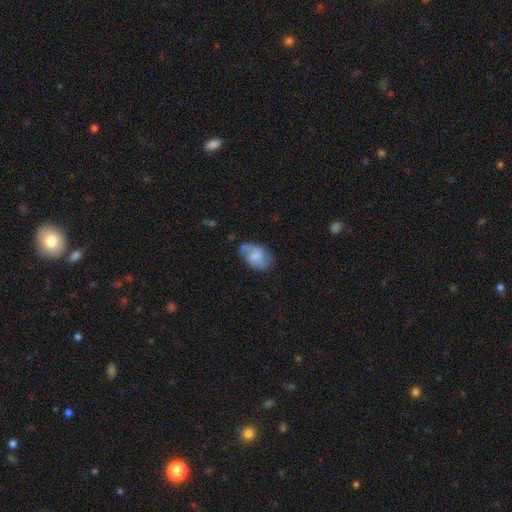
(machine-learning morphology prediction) The model was most divided on "smooth or featured": featured or disk: 47%, smooth: 45%, star or artifact: 7%. More confident: merging — none (55%).